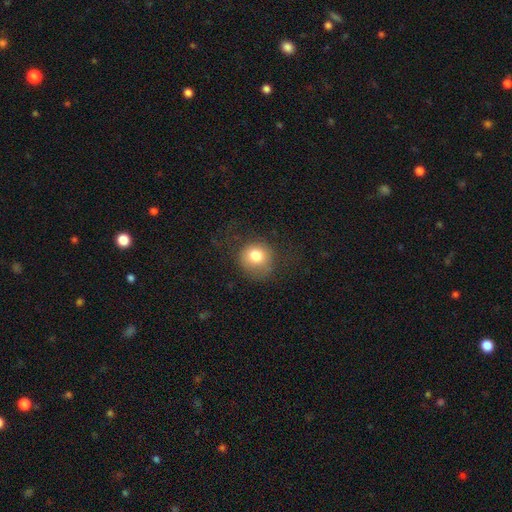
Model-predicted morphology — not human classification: smooth-or-featured: smooth: 79% | featured or disk: 11% | star or artifact: 11%
  how-rounded: round: 88% | in between: 11% | cigar-shaped: 1%
  merging: none: 67% | minor disturbance: 18% | major disturbance: 14% | merger: 1%